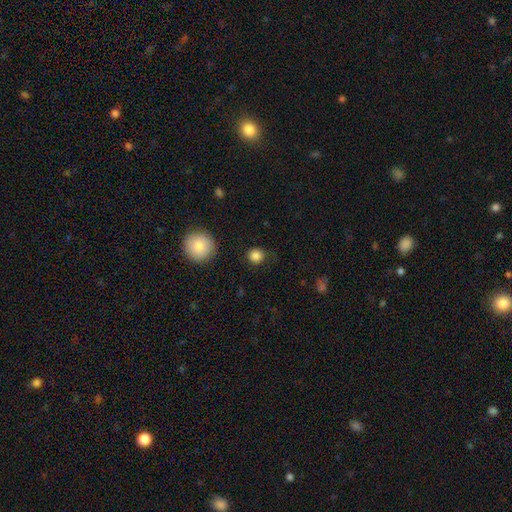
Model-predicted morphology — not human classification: This is clearly a smooth galaxy (85%). How rounded: clearly round (90%). Merging: clearly none (85%).